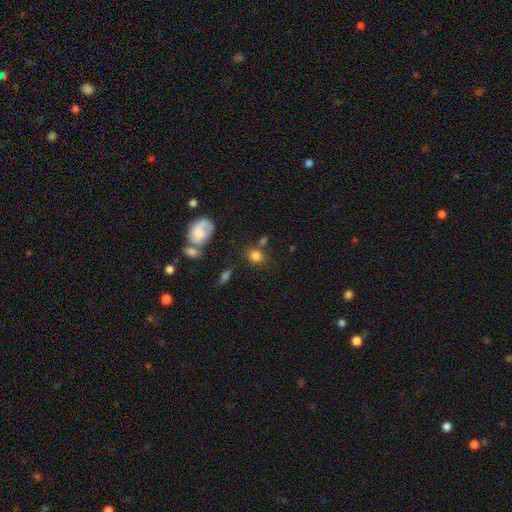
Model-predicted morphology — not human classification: Smooth or featured? smooth (79%)
How rounded? round (65%)
Merging? none (64%)